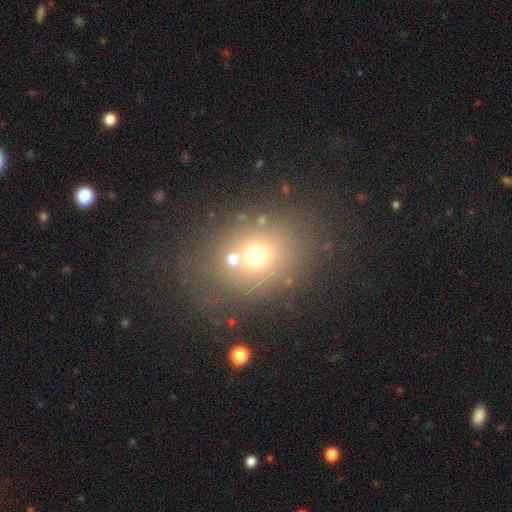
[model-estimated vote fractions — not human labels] Q: Smooth or featured?
A: smooth (64%); runner-up: star or artifact (21%)
Q: How rounded?
A: round (57%); runner-up: in between (42%)
Q: Merging?
A: none (68%); runner-up: merger (14%)